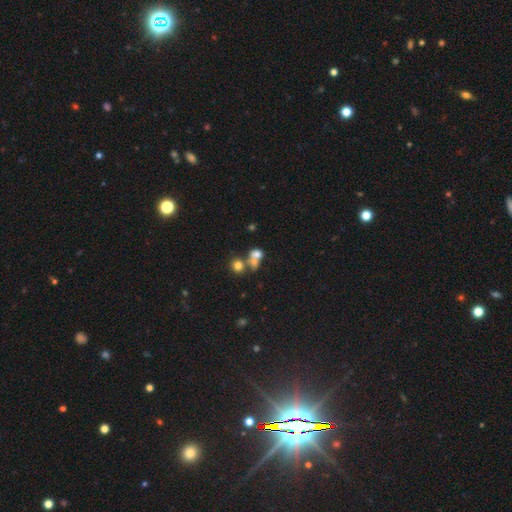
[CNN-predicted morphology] Overall: smooth (67%). How rounded: round (58%; in between 40%). Merging: merger (54%; none 28%).